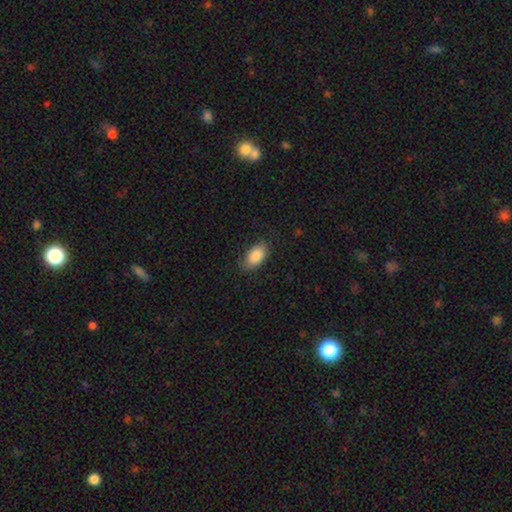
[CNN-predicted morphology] Smooth or featured: smooth — 87% (featured or disk — 7%)
How rounded: in between — 94% (round — 4%)
Merging: none — 79% (minor disturbance — 16%)